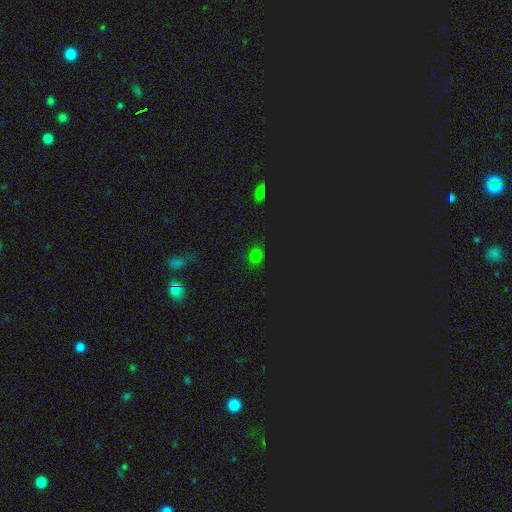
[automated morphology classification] A smooth galaxy with no disk features (64%) that is round (71%).

Vote fractions:
- Smooth or featured? smooth: 64% / star or artifact: 31% / featured or disk: 5%
- How rounded? round: 71% / in between: 28% / cigar-shaped: 2%
- Merging? none: 86% / minor disturbance: 10% / major disturbance: 3% / merger: 2%